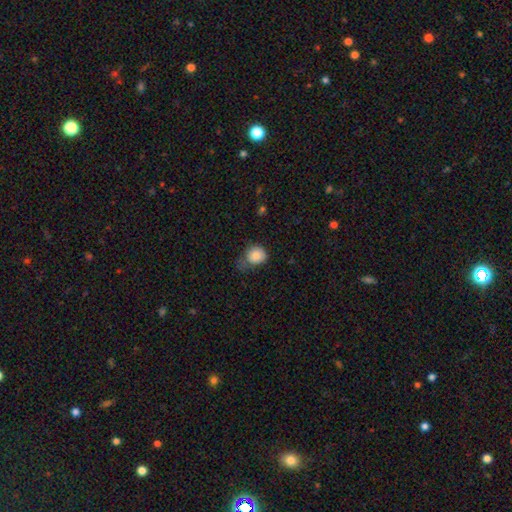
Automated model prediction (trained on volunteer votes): This is clearly a smooth galaxy (85%). How rounded: likely round (71%). Merging: marginally none (38%).